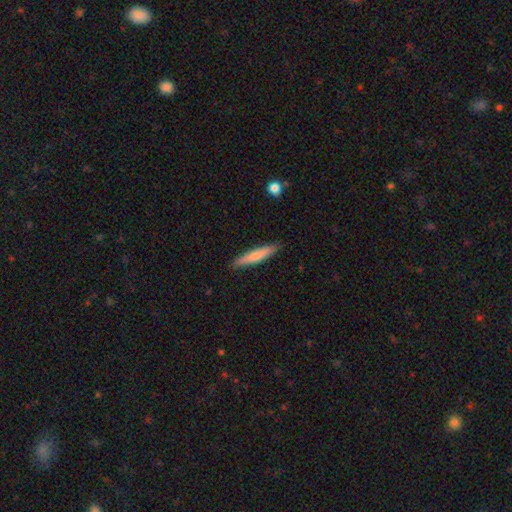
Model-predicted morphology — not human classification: This is likely a smooth galaxy (70%). How rounded: clearly cigar-shaped (91%). Merging: clearly none (89%).